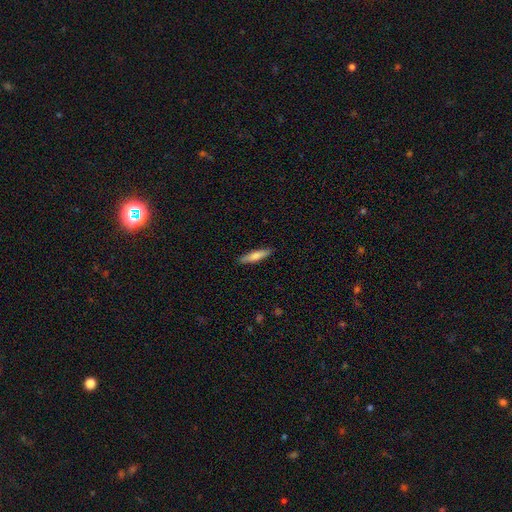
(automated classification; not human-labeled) smooth-or-featured: smooth: 69% | featured or disk: 26% | star or artifact: 6%
  how-rounded: cigar-shaped: 81% | in between: 17% | round: 2%
  merging: none: 90% | minor disturbance: 8% | major disturbance: 2% | merger: 1%